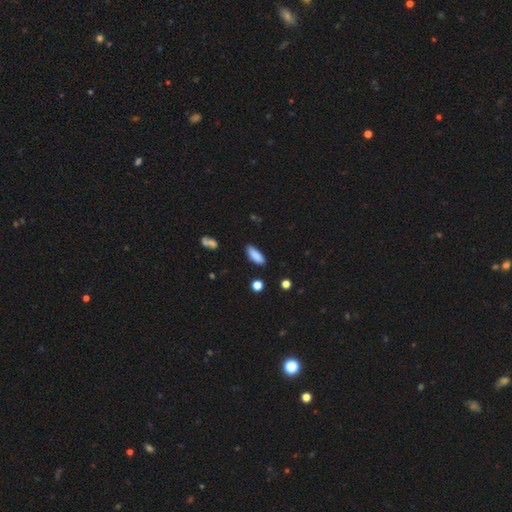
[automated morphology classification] Smooth or featured: smooth — 87% (star or artifact — 7%)
How rounded: in between — 71% (cigar-shaped — 27%)
Merging: none — 85% (minor disturbance — 11%)